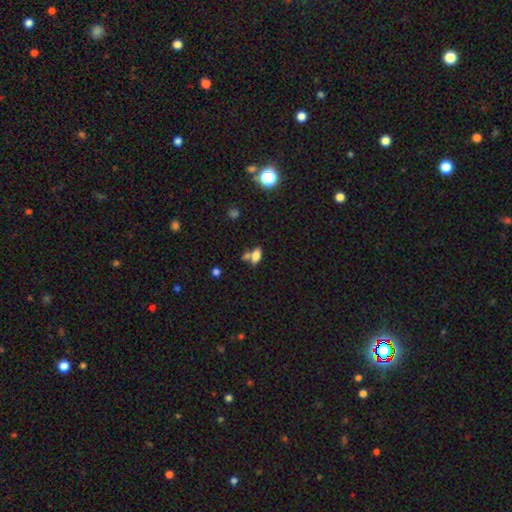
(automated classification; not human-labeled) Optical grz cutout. It shows a smooth galaxy with no disk features (73%) that is in between round and cigar-shaped (83%). Merging: none (47%).